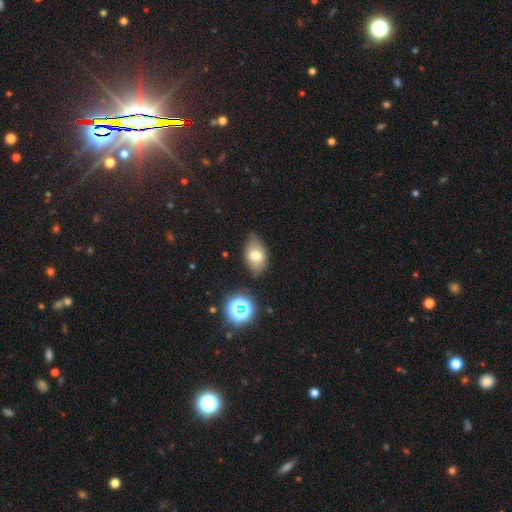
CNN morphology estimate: A smooth galaxy with no disk features (70%) that is in between round and cigar-shaped (85%).

Vote fractions:
- Smooth or featured? smooth: 70% / featured or disk: 18% / star or artifact: 12%
- How rounded? in between: 85% / round: 14% / cigar-shaped: 2%
- Merging? none: 69% / minor disturbance: 24% / major disturbance: 5% / merger: 3%